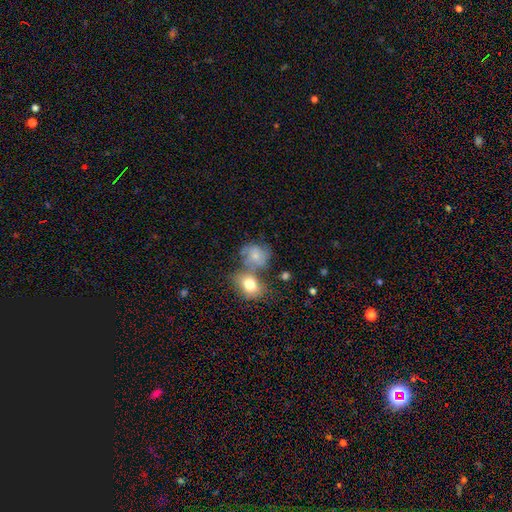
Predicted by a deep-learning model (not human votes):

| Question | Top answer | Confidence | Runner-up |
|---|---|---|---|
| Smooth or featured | smooth | 62% | featured or disk (27%) |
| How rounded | round | 57% | in between (41%) |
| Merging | merger | 39% | none (35%) |